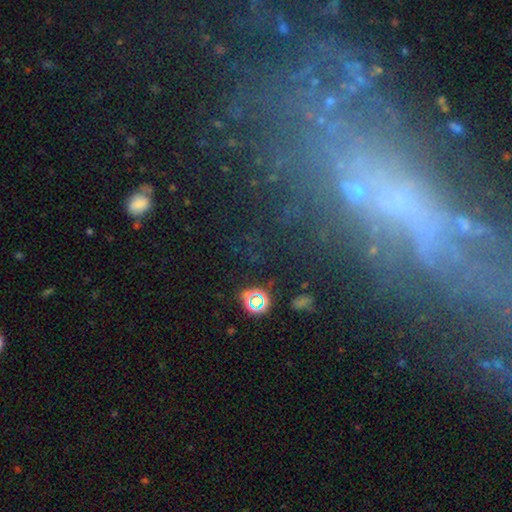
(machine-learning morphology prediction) The model was most divided on "smooth or featured": featured or disk: 48%, star or artifact: 28%, smooth: 24%. More confident: merging — none (58%).